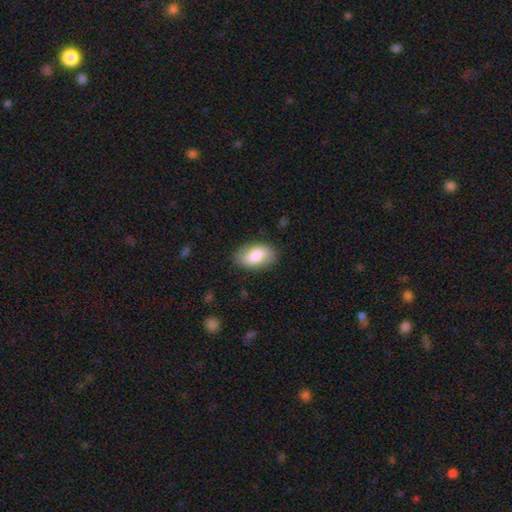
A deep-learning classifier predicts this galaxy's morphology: The model was most divided on "smooth or featured": smooth: 79%, featured or disk: 14%, star or artifact: 6%. More confident: how rounded — in between (93%); merging — none (82%).